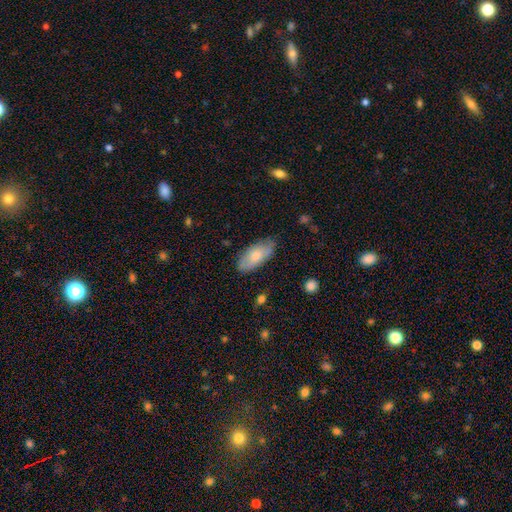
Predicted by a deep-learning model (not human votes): smooth-or-featured: smooth: 69% | featured or disk: 25% | star or artifact: 6%
  how-rounded: in between: 90% | cigar-shaped: 7% | round: 2%
  merging: none: 77% | minor disturbance: 18% | major disturbance: 3% | merger: 1%